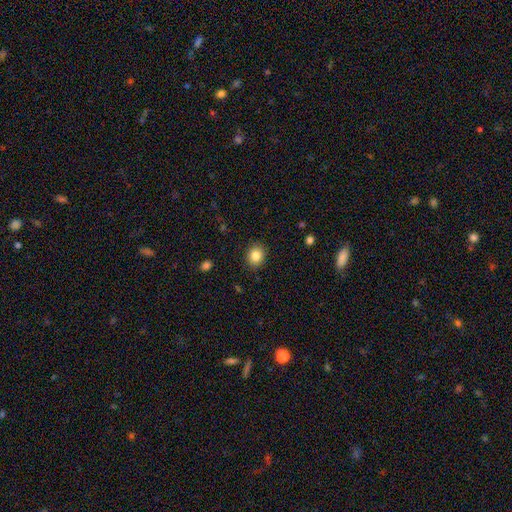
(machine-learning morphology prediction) Smooth or featured? Predicted: smooth (p=0.84). How rounded? Predicted: round (p=0.68). Merging? Predicted: none (p=0.89).